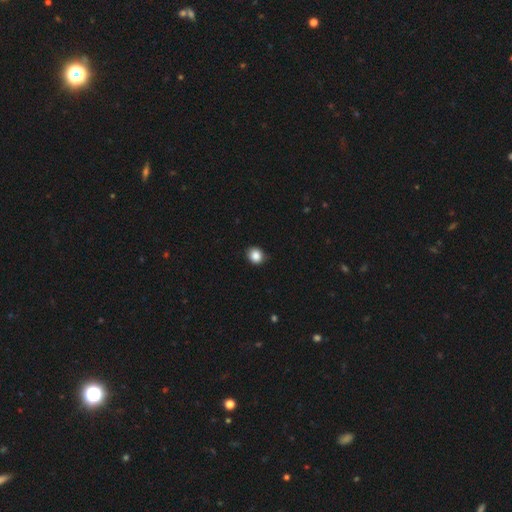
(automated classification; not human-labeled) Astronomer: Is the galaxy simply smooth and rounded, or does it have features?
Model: smooth — 87%.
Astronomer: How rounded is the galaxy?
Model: round — 75%.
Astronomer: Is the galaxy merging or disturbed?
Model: none — 87%.